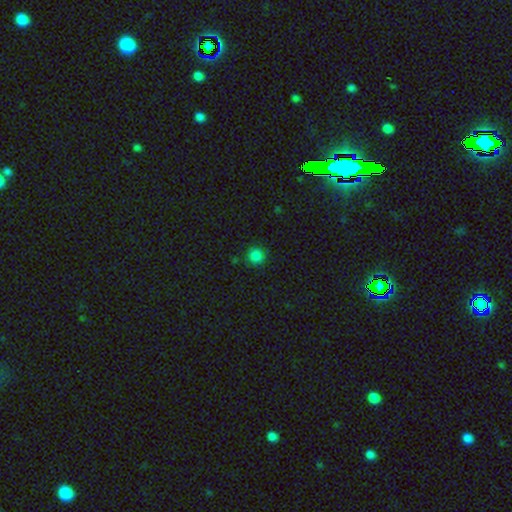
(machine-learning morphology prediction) Smooth or featured: smooth — 84% (star or artifact — 13%)
How rounded: round — 95% (in between — 5%)
Merging: none — 89% (minor disturbance — 7%)